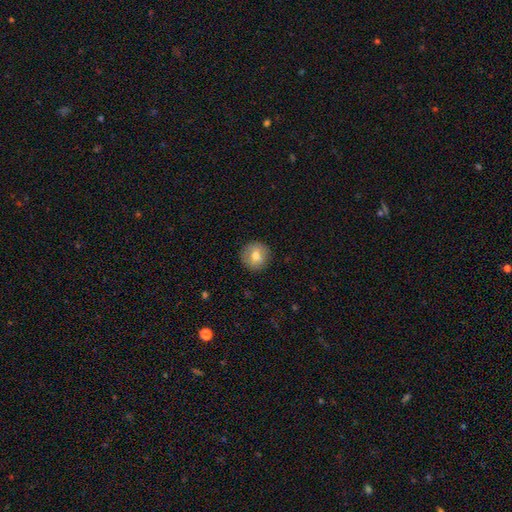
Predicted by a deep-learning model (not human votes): Q: Smooth or featured?
A: smooth (72%); runner-up: featured or disk (20%)
Q: How rounded?
A: round (93%); runner-up: in between (6%)
Q: Merging?
A: none (88%); runner-up: minor disturbance (8%)